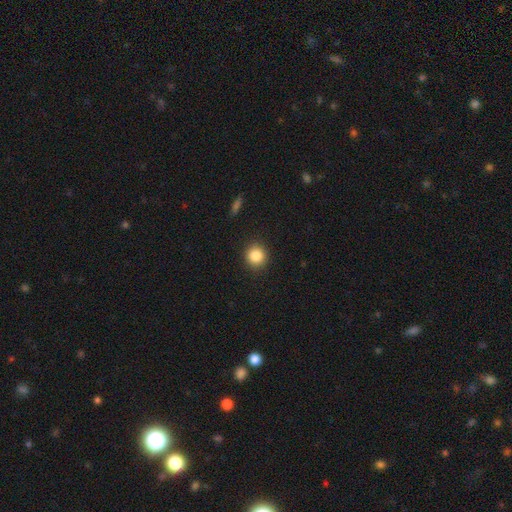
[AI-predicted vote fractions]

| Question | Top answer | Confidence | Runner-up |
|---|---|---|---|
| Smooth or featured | smooth | 85% | star or artifact (10%) |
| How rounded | round | 90% | in between (9%) |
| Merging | none | 91% | minor disturbance (6%) |